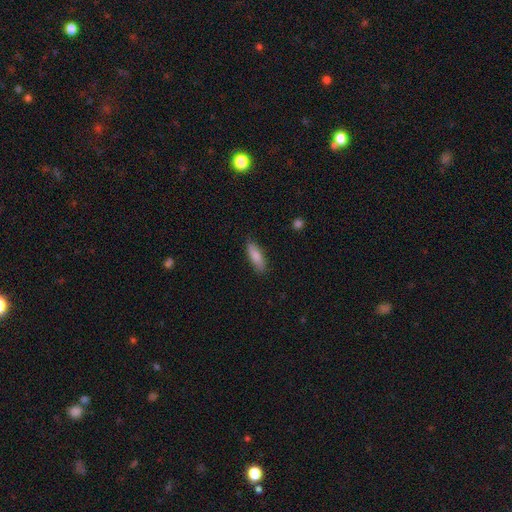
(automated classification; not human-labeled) This is clearly a smooth galaxy (82%). How rounded: possibly in between (52%). Merging: clearly none (85%).